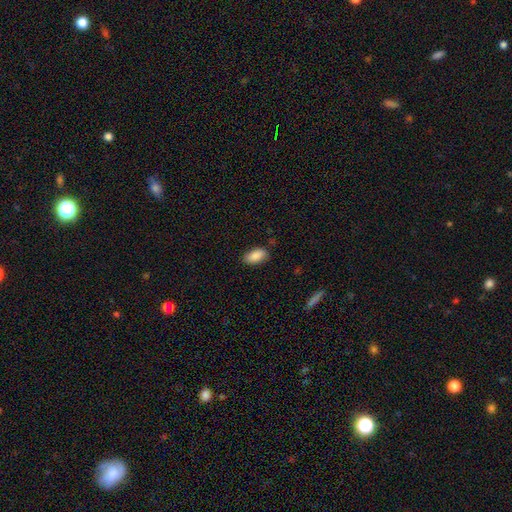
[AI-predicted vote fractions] A smooth galaxy with no disk features (89%) that is in between round and cigar-shaped (92%). Merging: none (84%).